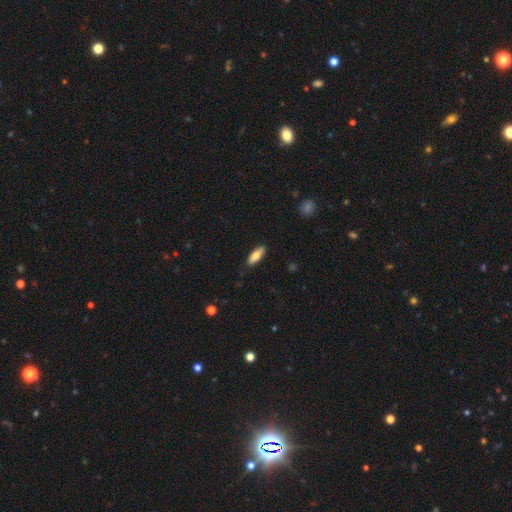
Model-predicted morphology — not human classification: smooth-or-featured: smooth: 77% | featured or disk: 17% | star or artifact: 6%
  how-rounded: in between: 63% | cigar-shaped: 35% | round: 2%
  merging: none: 87% | minor disturbance: 10% | major disturbance: 2% | merger: 1%